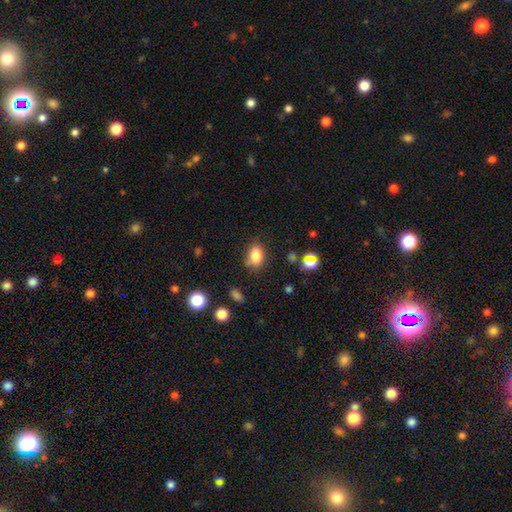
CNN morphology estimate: smooth_or_featured: smooth (p=0.83) [alt: star or artifact p=0.10]
how_rounded: in between (p=0.82) [alt: round p=0.16]
merging: none (p=0.74) [alt: minor disturbance p=0.17]